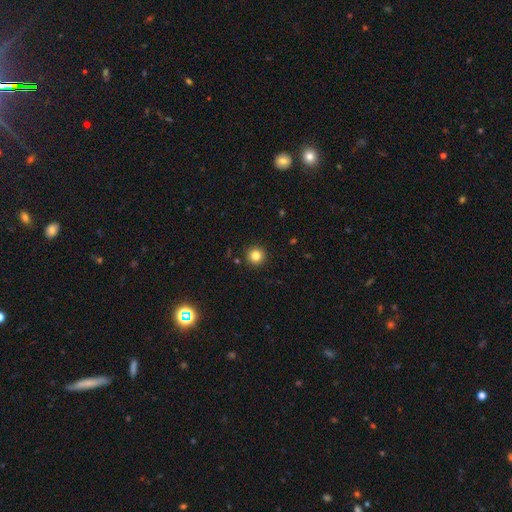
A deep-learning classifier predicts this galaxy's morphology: A smooth galaxy with no disk features (83%) that is round (96%). Merging: none (92%).